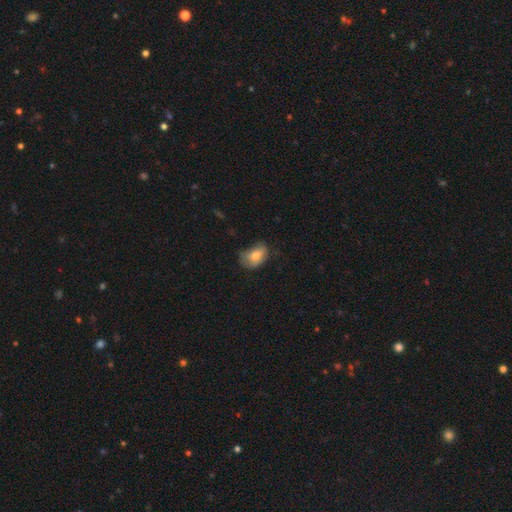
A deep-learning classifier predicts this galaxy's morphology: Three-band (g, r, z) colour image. It shows a smooth galaxy with no disk features (74%) that is in between round and cigar-shaped (82%). Merging: none (46%).